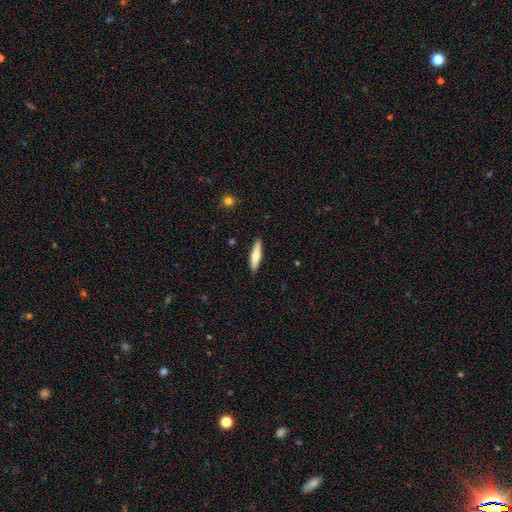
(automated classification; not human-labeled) smooth 65%, featured or disk 29%, star or artifact 6%. Down the decision tree: how rounded — cigar-shaped (78%); merging — none (90%).